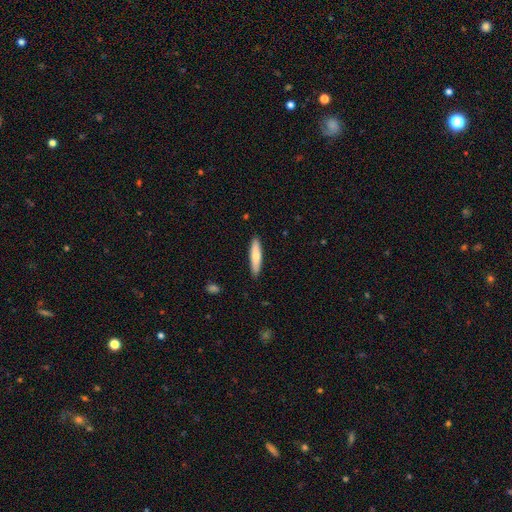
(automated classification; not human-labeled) Smooth or featured?
  - smooth: 73% *
  - featured or disk: 22%
  - star or artifact: 5%
How rounded?
  - cigar-shaped: 82% *
  - in between: 17%
  - round: 1%
Merging?
  - none: 90% *
  - minor disturbance: 7%
  - major disturbance: 1%
  - merger: 1%